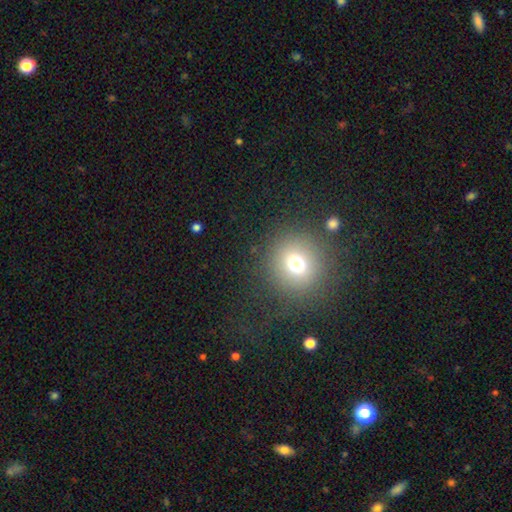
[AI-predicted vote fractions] smooth 66%, star or artifact 24%, featured or disk 10%. Down the decision tree: how rounded — round (86%); merging — none (82%).